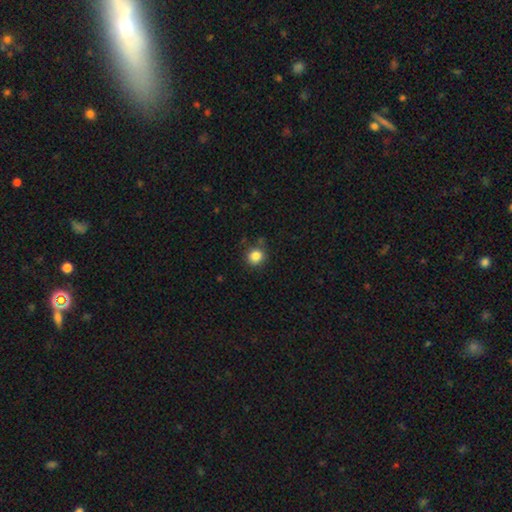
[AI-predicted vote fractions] Smooth or featured? smooth (85%)
How rounded? round (88%)
Merging? none (83%)